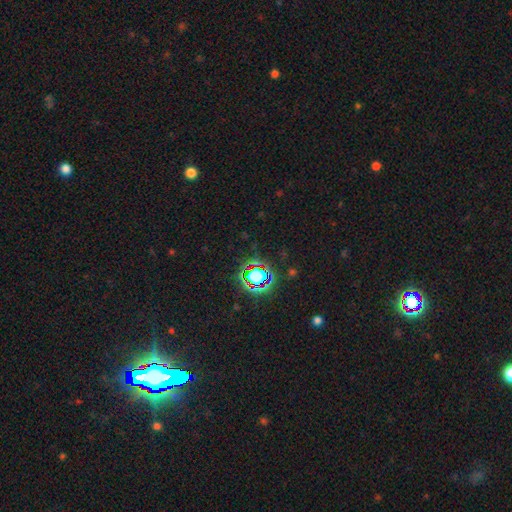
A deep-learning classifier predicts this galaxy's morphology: star or artifact 81%, smooth 11%, featured or disk 8%.